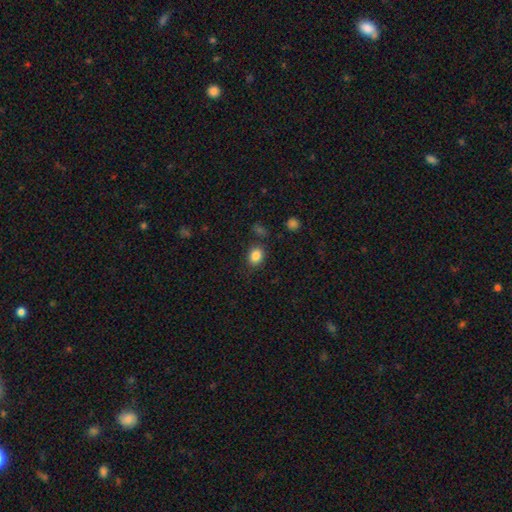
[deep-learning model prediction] smooth 85%, star or artifact 10%, featured or disk 4%. Down the decision tree: how rounded — round (57%); merging — none (81%).